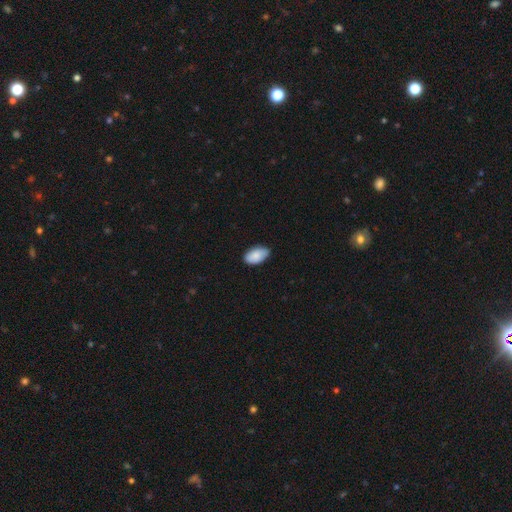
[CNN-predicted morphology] A smooth galaxy with no disk features (85%) that is in between round and cigar-shaped (94%).

Vote fractions:
- Smooth or featured? smooth: 85% / featured or disk: 9% / star or artifact: 6%
- How rounded? in between: 94% / round: 4% / cigar-shaped: 2%
- Merging? none: 77% / minor disturbance: 19% / major disturbance: 2% / merger: 1%